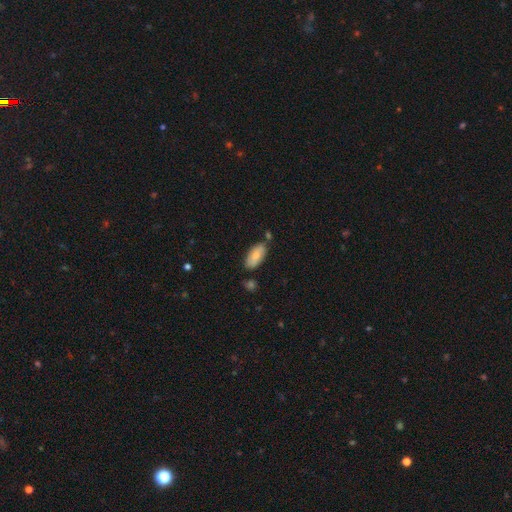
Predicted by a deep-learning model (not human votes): This appears to be a smooth galaxy with no disk features (79%) that is in between round and cigar-shaped (89%). Merging: none (76%).